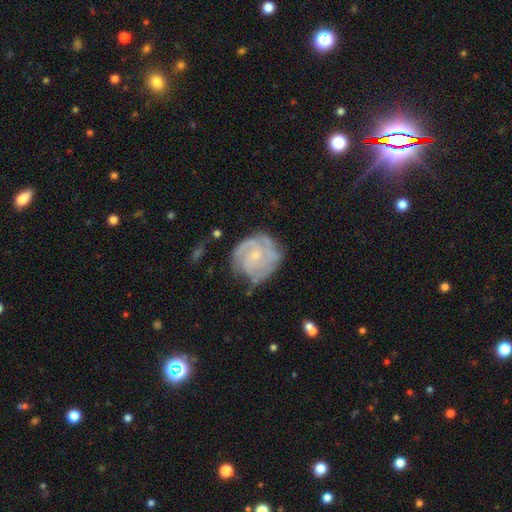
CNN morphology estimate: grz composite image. It shows a featured or disk galaxy (78%) with no bar (72%), tight (62%) spiral arms (89%) and a small central bulge (71%). Merging: none (61%).